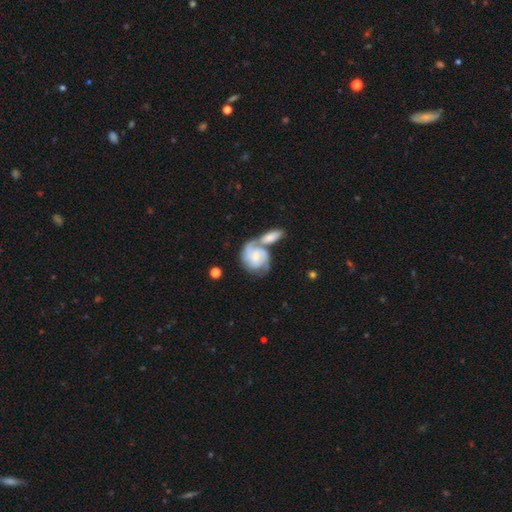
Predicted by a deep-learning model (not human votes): This appears to be a featured or disk galaxy (67%) with no bar (57%), 2 (55%) tight (48%) spiral arms (91%) and a small central bulge (50%). Merging: merger (49%).